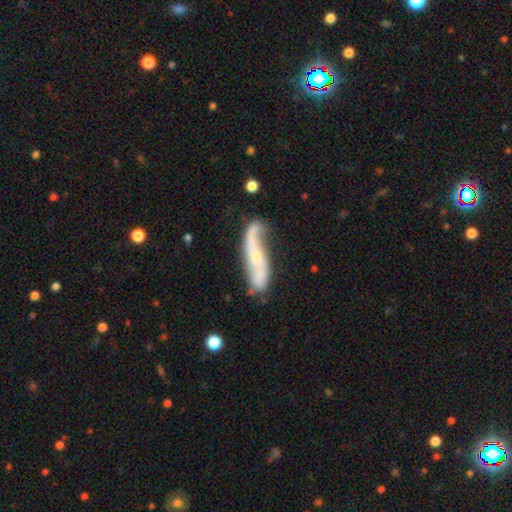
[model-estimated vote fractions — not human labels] Smooth or featured? Predicted: featured or disk (p=0.71). Edge-on disk? Predicted: no (p=0.80). Bar? Predicted: no (p=0.58). Spiral arms? Predicted: yes (p=0.89). Spiral winding? Predicted: loose (p=0.70). Spiral arm count? Predicted: 2 (p=0.83). Bulge size? Predicted: small (p=0.64). Merging? Predicted: none (p=0.52).